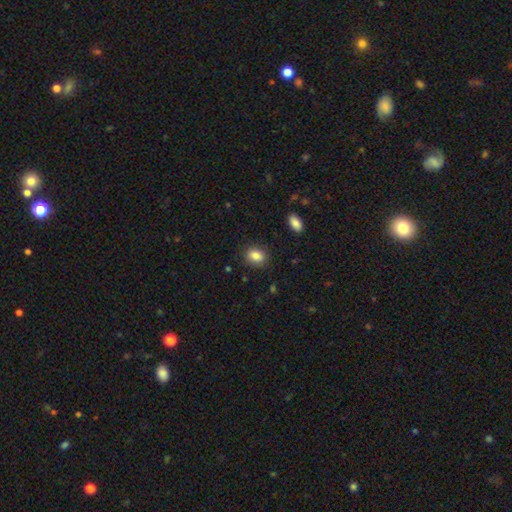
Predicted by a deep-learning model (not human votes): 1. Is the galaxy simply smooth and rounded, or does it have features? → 86% smooth, 9% star or artifact, 6% featured or disk.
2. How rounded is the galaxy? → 63% in between, 35% round, 1% cigar-shaped.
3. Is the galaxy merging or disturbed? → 87% none, 9% minor disturbance, 3% major disturbance, 1% merger.